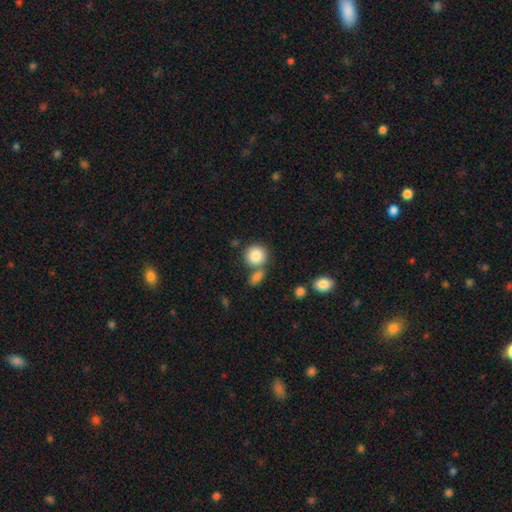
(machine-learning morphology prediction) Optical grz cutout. It shows a smooth galaxy with no disk features (85%) that is round (87%). Merging: none (58%).